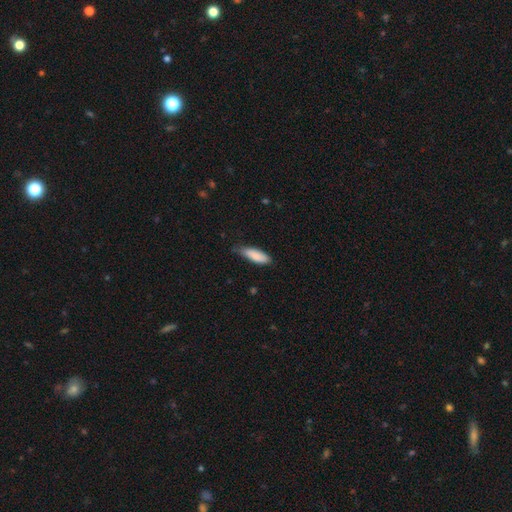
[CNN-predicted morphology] Q: Smooth or featured?
A: smooth (87%); runner-up: featured or disk (7%)
Q: How rounded?
A: in between (56%); runner-up: cigar-shaped (43%)
Q: Merging?
A: none (64%); runner-up: minor disturbance (31%)